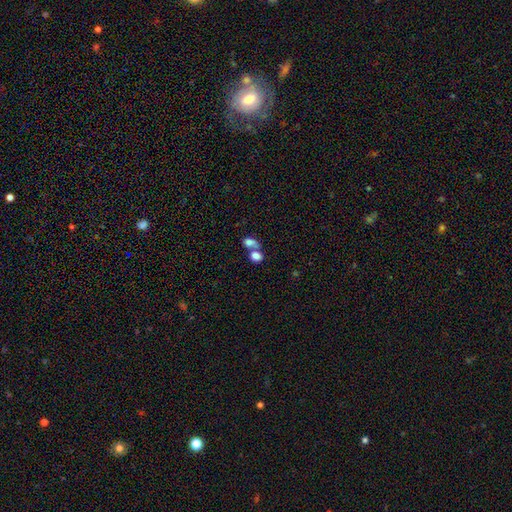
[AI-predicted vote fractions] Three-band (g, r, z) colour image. It shows a smooth galaxy with no disk features (79%) that is round (51%). Merging: merger (60%).